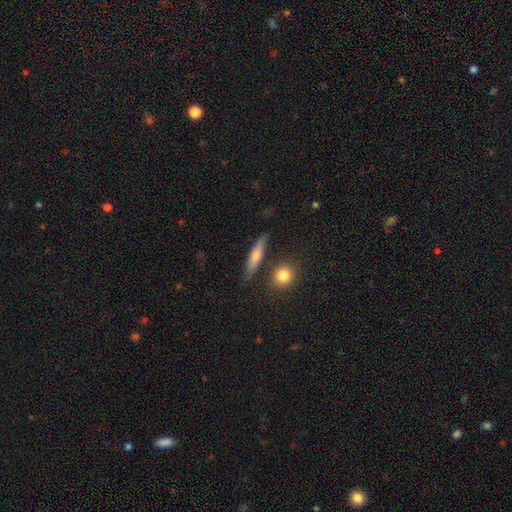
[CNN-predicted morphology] smooth 53%, featured or disk 39%, star or artifact 8%. Down the decision tree: how rounded — cigar-shaped (81%); merging — none (78%).